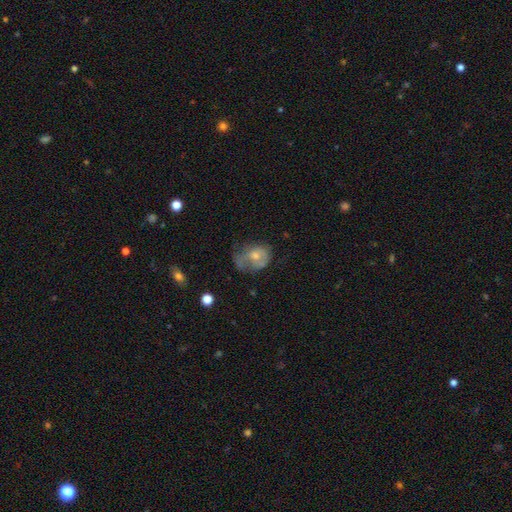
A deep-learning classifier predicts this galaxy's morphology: smooth-or-featured: featured or disk: 46% | smooth: 41% | star or artifact: 13%
  merging: none: 39% | minor disturbance: 29% | major disturbance: 28% | merger: 4%